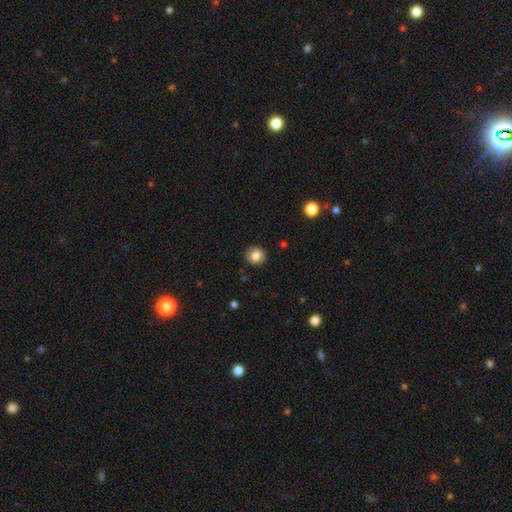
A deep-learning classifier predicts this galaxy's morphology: Smooth or featured? Predicted: smooth (p=0.81). How rounded? Predicted: round (p=0.85). Merging? Predicted: none (p=0.89).